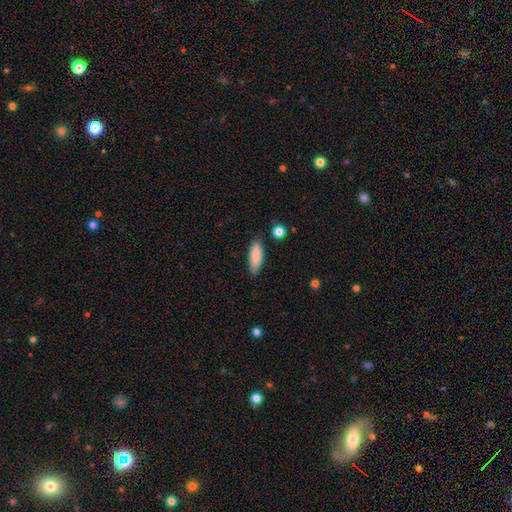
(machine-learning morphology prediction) This is clearly a smooth galaxy (87%). How rounded: possibly in between (57%). Merging: clearly none (82%).